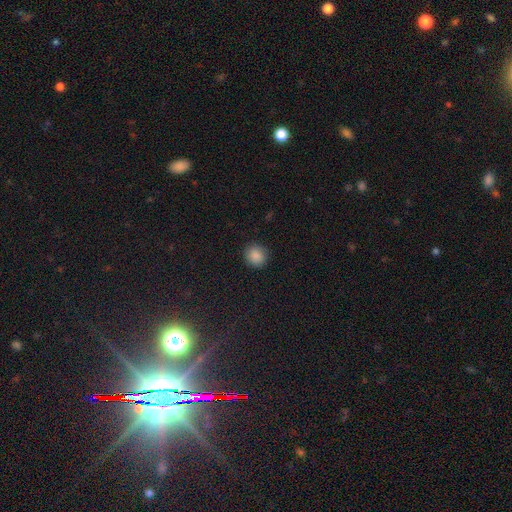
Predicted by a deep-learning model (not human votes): Morphology: type=smooth (87%); roundness=round (87%); merging=none (88%).